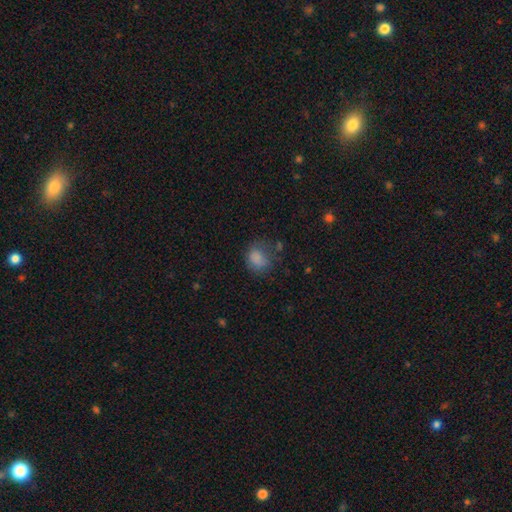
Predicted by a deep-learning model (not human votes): Smooth or featured?
  - smooth: 80% *
  - star or artifact: 13%
  - featured or disk: 7%
How rounded?
  - round: 52% *
  - in between: 47%
  - cigar-shaped: 1%
Merging?
  - none: 60% *
  - minor disturbance: 24%
  - major disturbance: 12%
  - merger: 3%